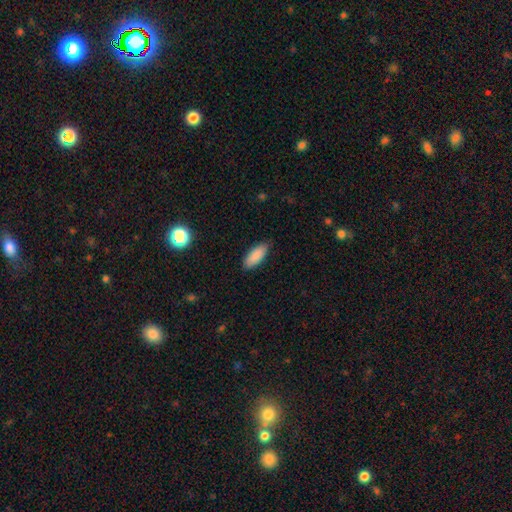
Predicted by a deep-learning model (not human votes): Morphology: type=smooth (89%); roundness=in between (81%); merging=none (85%).